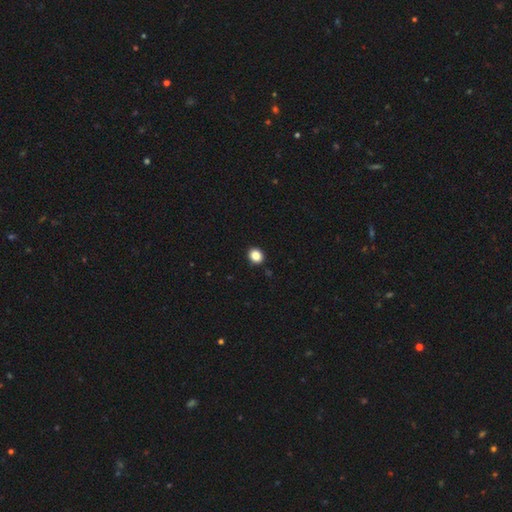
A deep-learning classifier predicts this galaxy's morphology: Smooth or featured?
  - smooth: 86% *
  - star or artifact: 11%
  - featured or disk: 4%
How rounded?
  - round: 74% *
  - in between: 25%
  - cigar-shaped: 1%
Merging?
  - none: 92% *
  - minor disturbance: 5%
  - major disturbance: 1%
  - merger: 1%